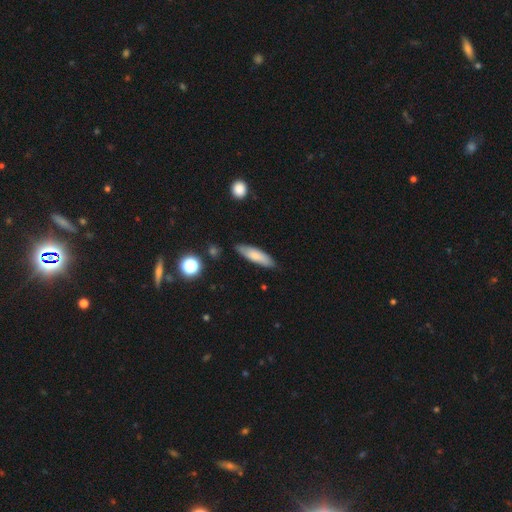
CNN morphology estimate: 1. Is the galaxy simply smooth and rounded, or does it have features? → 74% smooth, 20% featured or disk, 6% star or artifact.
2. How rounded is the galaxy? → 62% cigar-shaped, 36% in between, 2% round.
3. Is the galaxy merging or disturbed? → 83% none, 13% minor disturbance, 2% major disturbance, 2% merger.